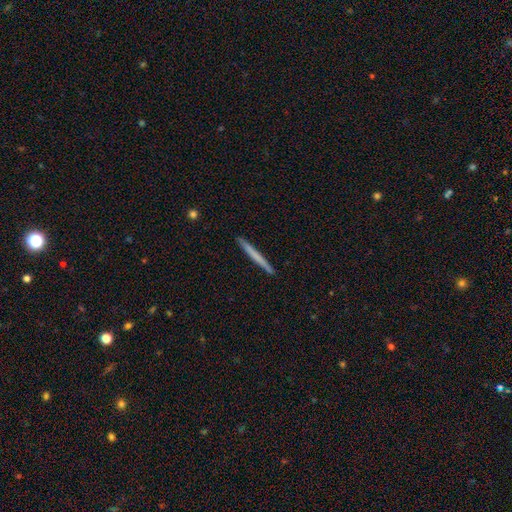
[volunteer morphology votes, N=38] A smooth galaxy with no disk features (58%) that is cigar-shaped (100%).

Vote fractions:
- Smooth or featured? smooth: 58% / featured or disk: 39% / star or artifact: 3%
- How rounded? cigar-shaped: 100% / round: 0% / in between: 0%
- Merging? none: 95% / minor disturbance: 3% / major disturbance: 3% / merger: 0%